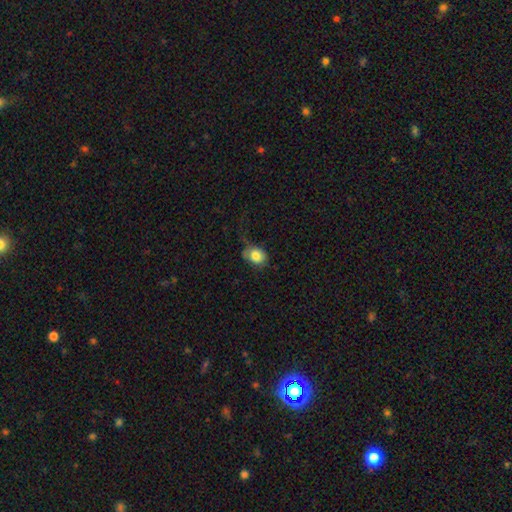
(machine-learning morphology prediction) A smooth galaxy with no disk features (81%) that is round (50%).

Vote fractions:
- Smooth or featured? smooth: 81% / featured or disk: 10% / star or artifact: 8%
- How rounded? round: 50% / in between: 48% / cigar-shaped: 1%
- Merging? none: 49% / minor disturbance: 33% / major disturbance: 15% / merger: 3%